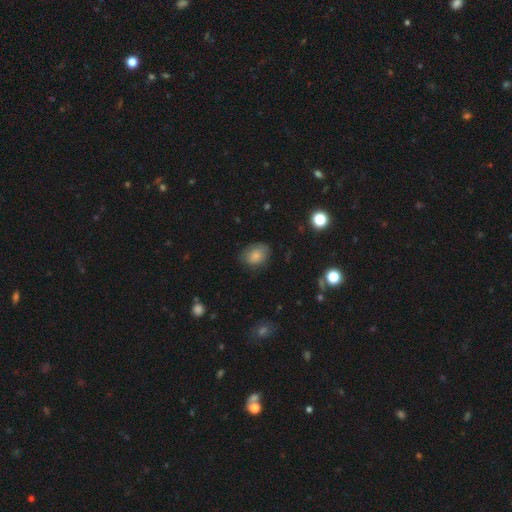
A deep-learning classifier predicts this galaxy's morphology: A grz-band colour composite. It shows a smooth galaxy with no disk features (80%) that is in between round and cigar-shaped (67%). Merging: none (71%).